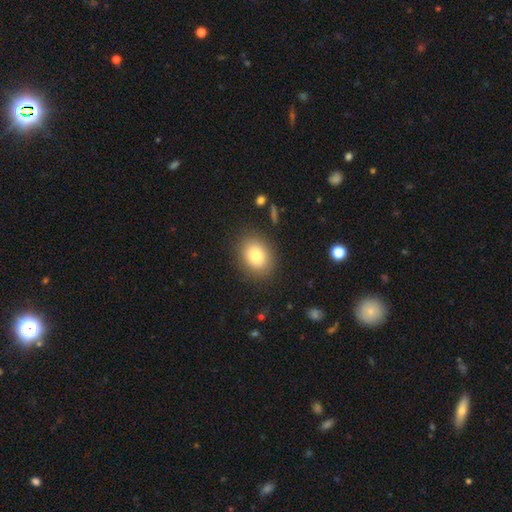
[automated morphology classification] Smooth or featured: smooth — 81% (featured or disk — 10%)
How rounded: in between — 55% (round — 44%)
Merging: none — 87% (minor disturbance — 9%)